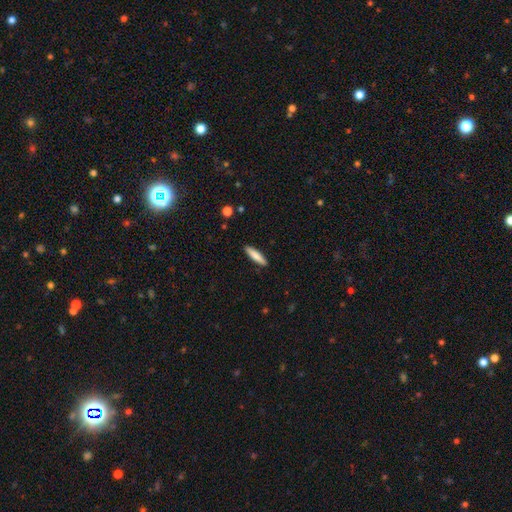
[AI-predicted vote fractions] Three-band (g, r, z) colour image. It shows a smooth galaxy with no disk features (80%) that is cigar-shaped (84%). Merging: none (90%).